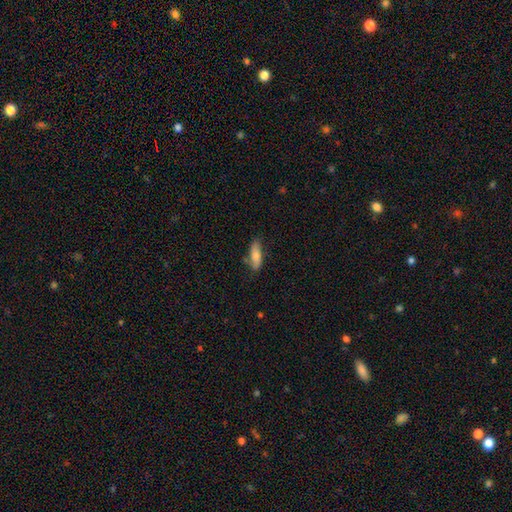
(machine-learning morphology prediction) Smooth or featured? Predicted: smooth (p=0.72). How rounded? Predicted: in between (p=0.62). Merging? Predicted: none (p=0.70).